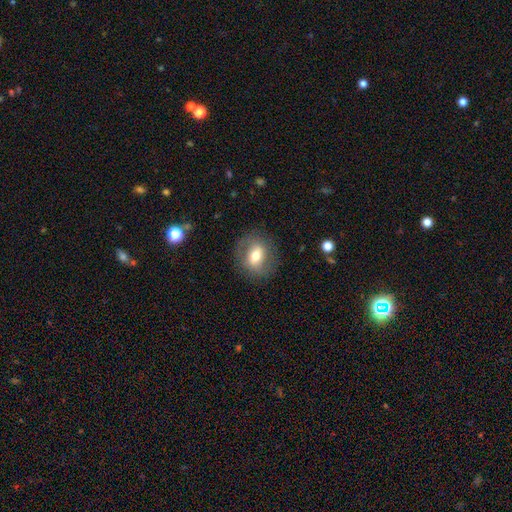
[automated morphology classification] smooth-or-featured: smooth: 54% | featured or disk: 37% | star or artifact: 9%
  how-rounded: round: 56% | in between: 42% | cigar-shaped: 2%
  merging: none: 82% | minor disturbance: 12% | major disturbance: 6% | merger: 1%